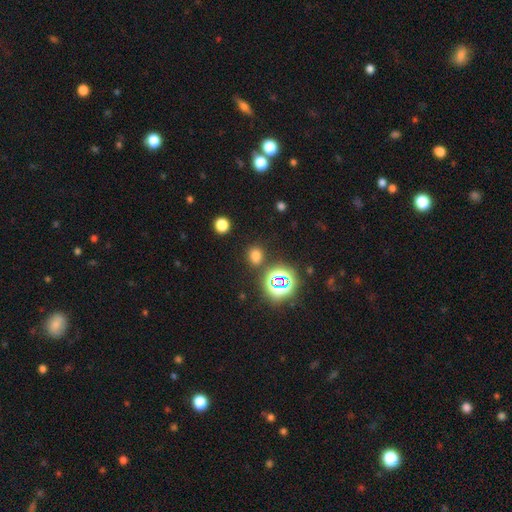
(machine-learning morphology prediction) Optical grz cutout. It shows a smooth galaxy with no disk features (66%) that is round (56%). Merging: none (81%).